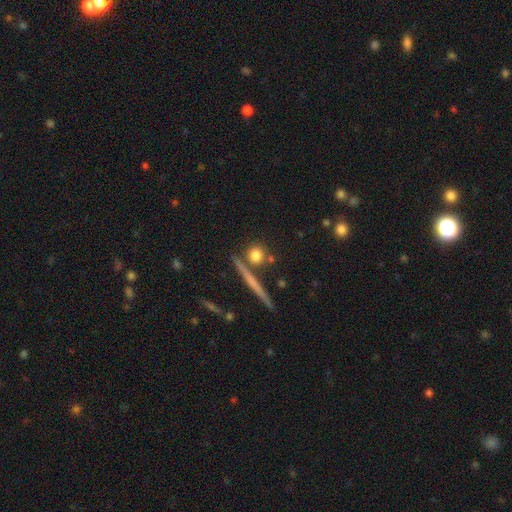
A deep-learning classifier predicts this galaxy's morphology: Overall: smooth (75%). How rounded: round (85%). Merging: none (77%).